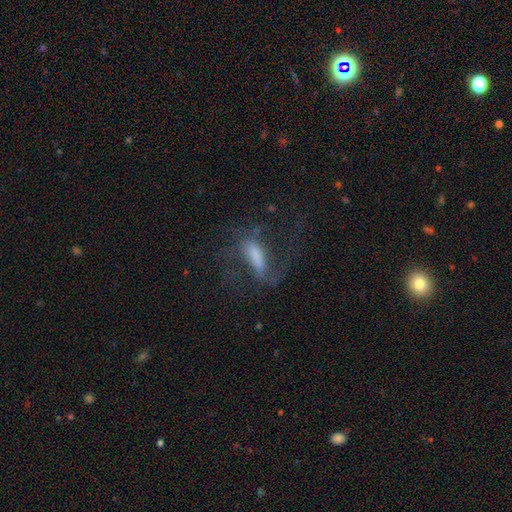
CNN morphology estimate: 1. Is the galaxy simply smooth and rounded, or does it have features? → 50% featured or disk, 37% smooth, 13% star or artifact.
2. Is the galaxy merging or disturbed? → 44% none, 37% major disturbance, 16% minor disturbance, 3% merger.